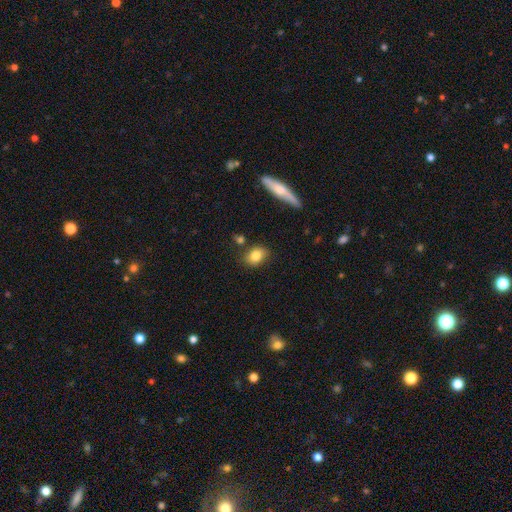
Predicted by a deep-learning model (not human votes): A smooth galaxy with no disk features (83%) that is in between round and cigar-shaped (64%). Merging: none (78%).